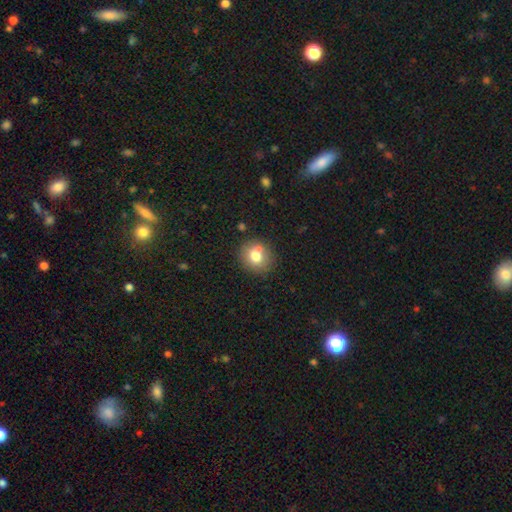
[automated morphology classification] A smooth galaxy with no disk features (75%) that is round (79%).

Vote fractions:
- Smooth or featured? smooth: 75% / featured or disk: 14% / star or artifact: 11%
- How rounded? round: 79% / in between: 20% / cigar-shaped: 1%
- Merging? none: 74% / minor disturbance: 13% / merger: 10% / major disturbance: 3%